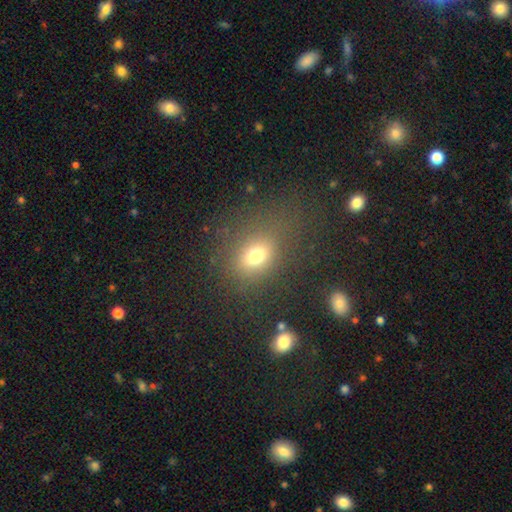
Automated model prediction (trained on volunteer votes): smooth 72%, star or artifact 17%, featured or disk 10%. Down the decision tree: how rounded — in between (58%); merging — none (71%).